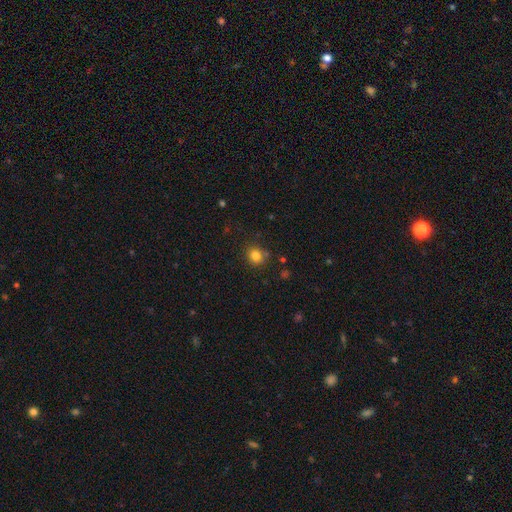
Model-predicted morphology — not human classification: type=smooth (82%); roundness=round (79%); merging=none (81%).